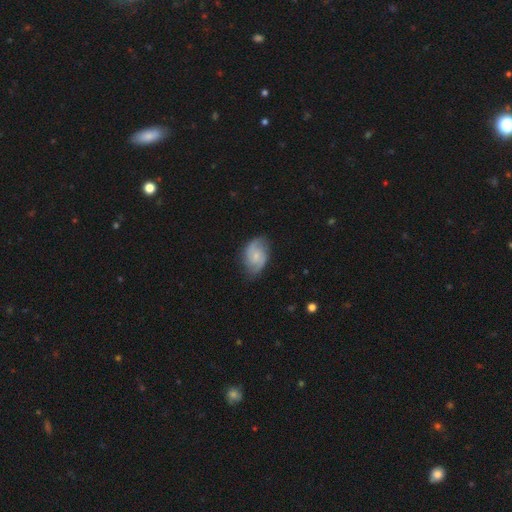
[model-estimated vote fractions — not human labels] Smooth or featured? featured or disk (71%)
Edge-on disk? no (97%)
Bar? no (59%)
Spiral arms? yes (94%)
Spiral winding? medium (48%)
Spiral arm count? 2 (79%)
Bulge size? small (66%)
Merging? none (72%)